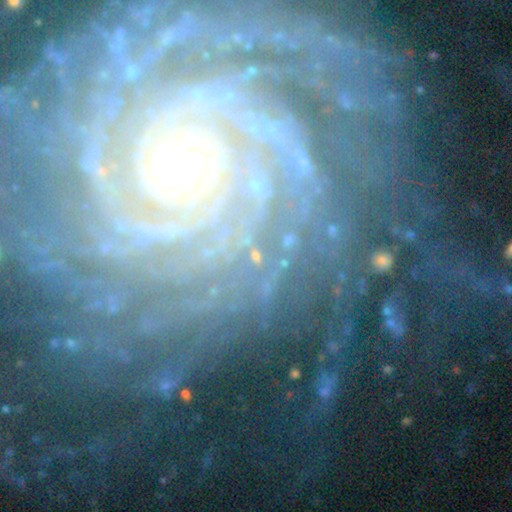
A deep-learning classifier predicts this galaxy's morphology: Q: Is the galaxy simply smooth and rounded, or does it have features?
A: star or artifact — 51%.